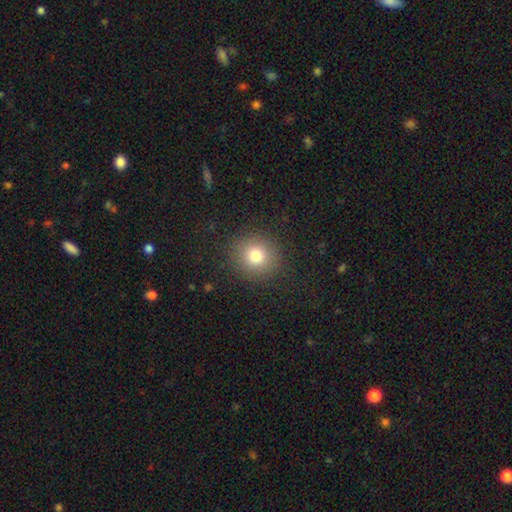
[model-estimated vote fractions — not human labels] The model was most divided on "smooth or featured": smooth: 77%, star or artifact: 14%, featured or disk: 9%. More confident: merging — none (89%); how rounded — round (89%).